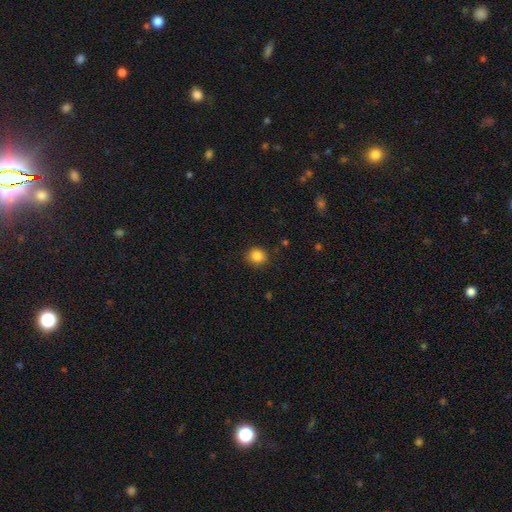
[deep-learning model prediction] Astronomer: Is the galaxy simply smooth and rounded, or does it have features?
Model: smooth — 85%.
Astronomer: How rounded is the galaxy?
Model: round — 83%.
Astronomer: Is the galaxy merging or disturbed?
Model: none — 88%.